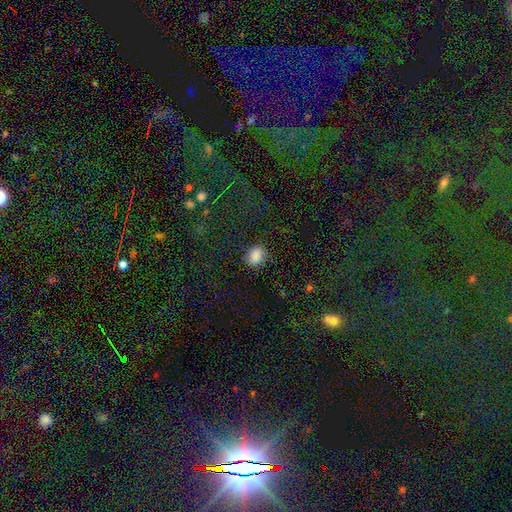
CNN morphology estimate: A smooth galaxy with no disk features (87%) that is in between round and cigar-shaped (53%).

Vote fractions:
- Smooth or featured? smooth: 87% / star or artifact: 9% / featured or disk: 4%
- How rounded? in between: 53% / round: 46% / cigar-shaped: 1%
- Merging? none: 82% / minor disturbance: 13% / major disturbance: 4% / merger: 1%